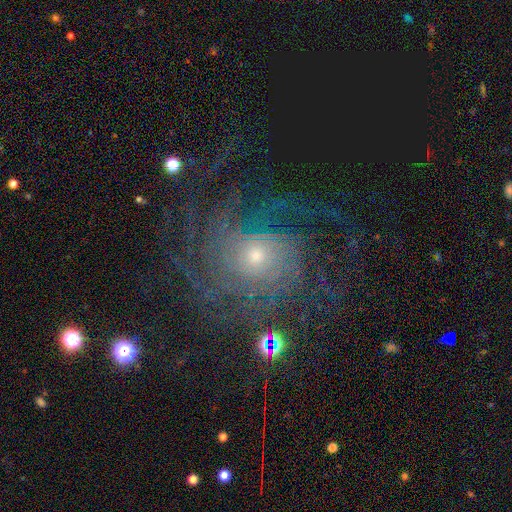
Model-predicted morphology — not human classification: smooth_or_featured: featured or disk (p=0.82) [alt: star or artifact p=0.11]
disk_edge_on: no (p=0.97) [alt: yes p=0.03]
bar: no (p=0.81) [alt: weak p=0.16]
has_spiral_arms: yes (p=0.95) [alt: no p=0.05]
spiral_winding: tight (p=0.51) [alt: medium p=0.33]
spiral_arm_count: can't tell (p=0.30) [alt: more than 4 p=0.18]
bulge_size: small (p=0.62) [alt: moderate p=0.31]
merging: none (p=0.67) [alt: major disturbance p=0.17]